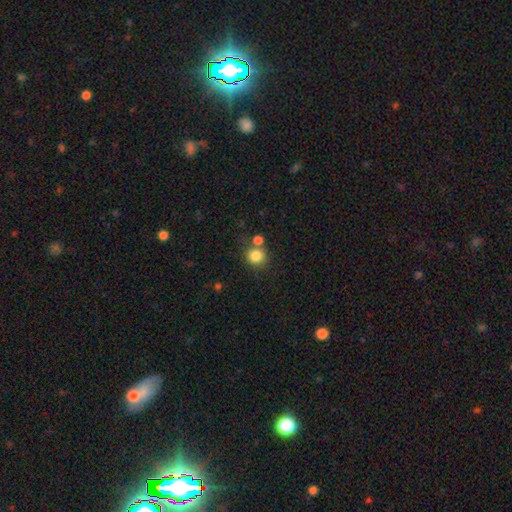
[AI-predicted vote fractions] Overall: smooth (83%). How rounded: round (88%). Merging: none (69%).